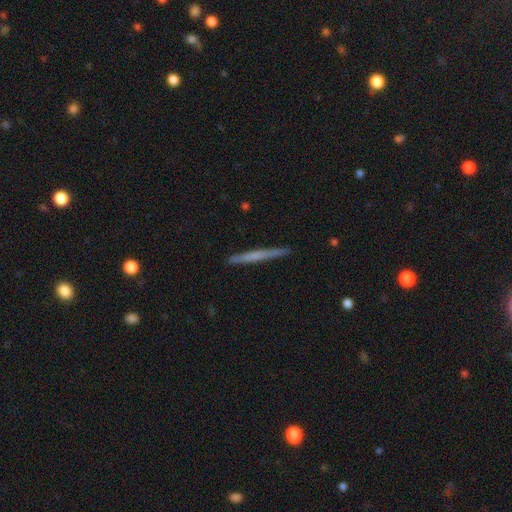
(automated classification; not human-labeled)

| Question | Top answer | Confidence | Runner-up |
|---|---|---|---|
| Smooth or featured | smooth | 47% | tied: featured or disk (47%) |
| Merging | none | 91% | minor disturbance (6%) |